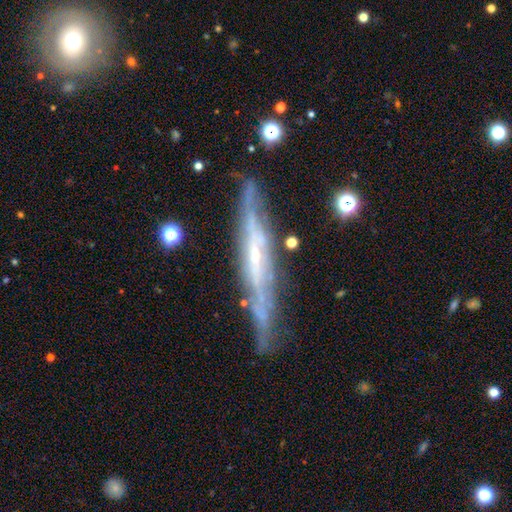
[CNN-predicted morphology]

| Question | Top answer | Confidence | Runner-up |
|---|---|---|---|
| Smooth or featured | featured or disk | 80% | smooth (14%) |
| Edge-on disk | yes | 88% | no (12%) |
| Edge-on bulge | none | 53% | rounded (38%) |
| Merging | none | 77% | minor disturbance (16%) |